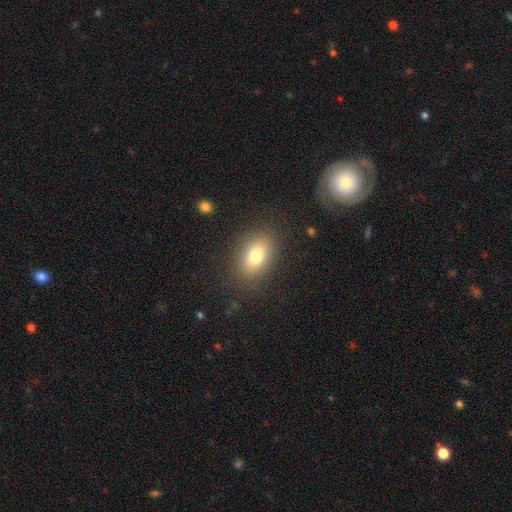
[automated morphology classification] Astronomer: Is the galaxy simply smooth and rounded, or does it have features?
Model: smooth — 77%.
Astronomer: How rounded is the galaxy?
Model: in between — 81%.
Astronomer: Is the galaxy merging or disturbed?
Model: none — 84%.